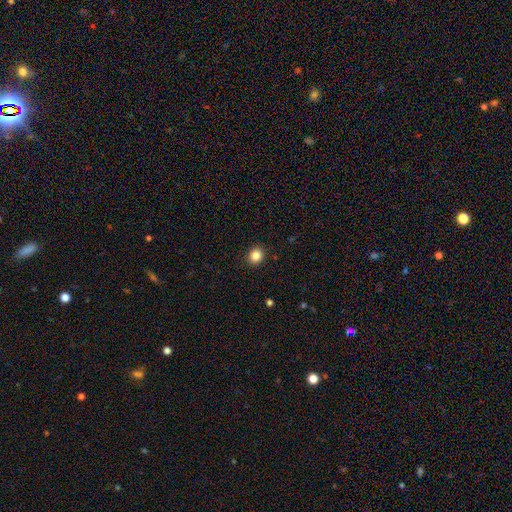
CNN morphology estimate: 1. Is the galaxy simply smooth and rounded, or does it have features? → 85% smooth, 10% star or artifact, 4% featured or disk.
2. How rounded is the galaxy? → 74% round, 25% in between, 1% cigar-shaped.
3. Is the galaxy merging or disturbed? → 91% none, 6% minor disturbance, 2% major disturbance, 1% merger.